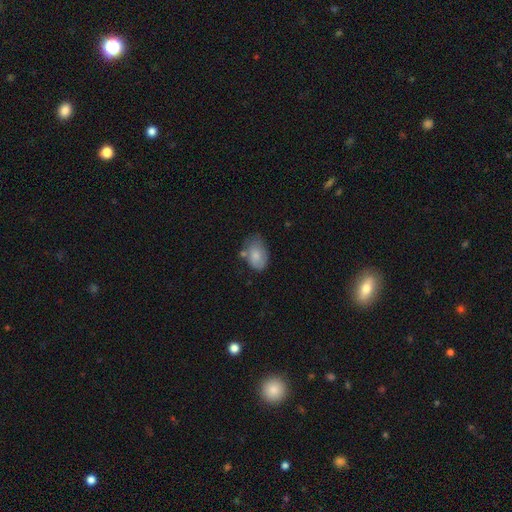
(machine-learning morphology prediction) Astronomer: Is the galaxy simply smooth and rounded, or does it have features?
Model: smooth — 74%.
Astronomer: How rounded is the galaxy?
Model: in between — 84%.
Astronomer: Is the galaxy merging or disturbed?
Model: none — 50% (runner-up: minor disturbance, 32%).